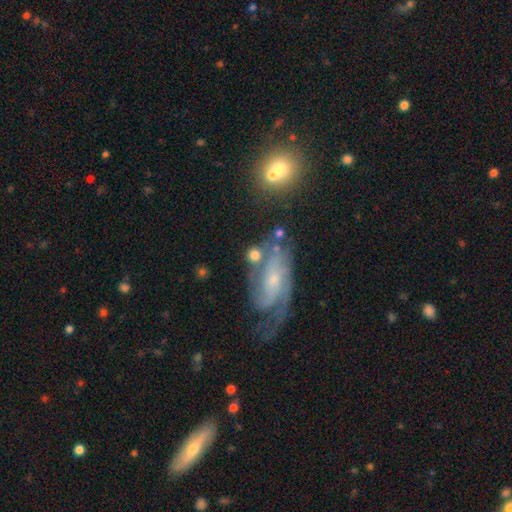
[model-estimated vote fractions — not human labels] A featured or disk galaxy (66%) with no bar (59%), 2 (41%) medium (42%) spiral arms (90%) and a small central bulge (61%).

Vote fractions:
- Smooth or featured? featured or disk: 66% / smooth: 24% / star or artifact: 10%
- Edge-on disk? no: 94% / yes: 6%
- Bar? no: 59% / weak: 33% / strong: 8%
- Spiral arms? yes: 90% / no: 10%
- Spiral winding? medium: 42% / tight: 37% / loose: 20%
- Spiral arm count? 2: 41% / can't tell: 24% / 3: 18% / 1: 8% / 4: 5% / more than 4: 5%
- Bulge size? small: 61% / moderate: 28% / none: 6% / large: 3% / dominant: 2%
- Merging? none: 51% / minor disturbance: 20% / major disturbance: 16% / merger: 13%